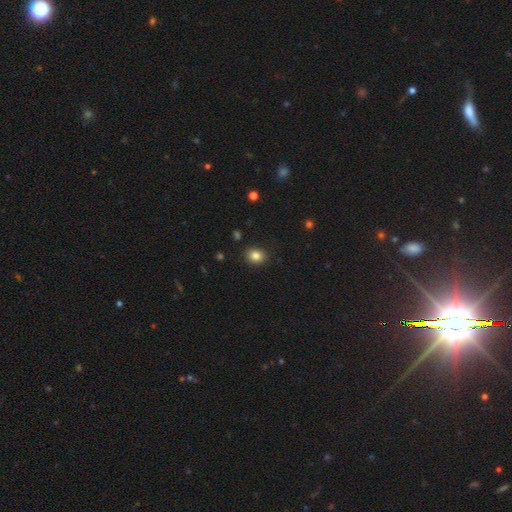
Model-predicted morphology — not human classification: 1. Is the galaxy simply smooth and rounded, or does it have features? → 83% smooth, 11% star or artifact, 6% featured or disk.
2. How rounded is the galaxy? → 58% round, 41% in between, 1% cigar-shaped.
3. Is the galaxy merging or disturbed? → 88% none, 8% minor disturbance, 2% major disturbance, 1% merger.